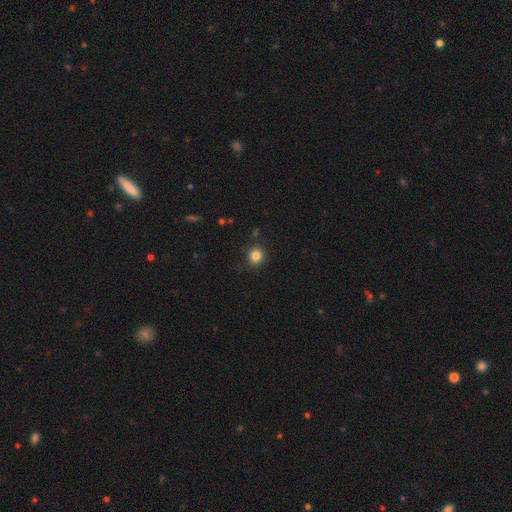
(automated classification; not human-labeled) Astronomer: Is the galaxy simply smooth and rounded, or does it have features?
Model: smooth — 85%.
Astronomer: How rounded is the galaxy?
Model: round — 87%.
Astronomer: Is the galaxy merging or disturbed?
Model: none — 87%.